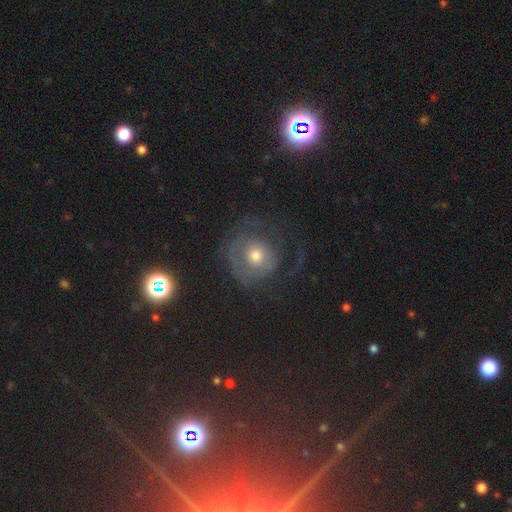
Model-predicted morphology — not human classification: Smooth or featured: featured or disk — 53% (smooth — 34%)
Edge-on disk: no — 96% (yes — 4%)
Bar: no — 85% (weak — 12%)
Spiral arms: yes — 61% (no — 39%)
Bulge size: moderate — 64% (small — 24%)
Merging: none — 51% (major disturbance — 31%)